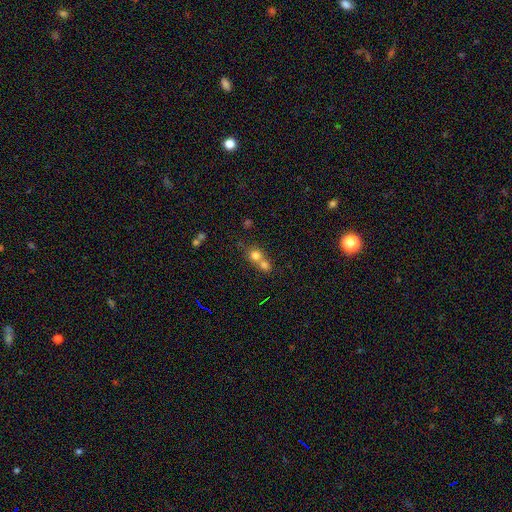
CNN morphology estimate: type=smooth (74%); roundness=round (82%); merging=merger (61%).